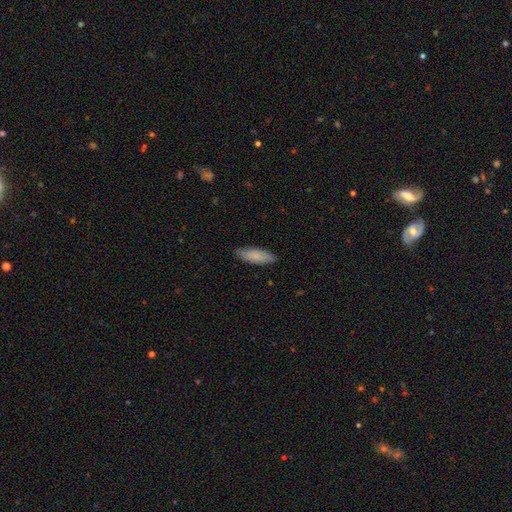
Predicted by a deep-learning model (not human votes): Overall: smooth (83%). How rounded: in between (54%; cigar-shaped 45%). Merging: none (85%).